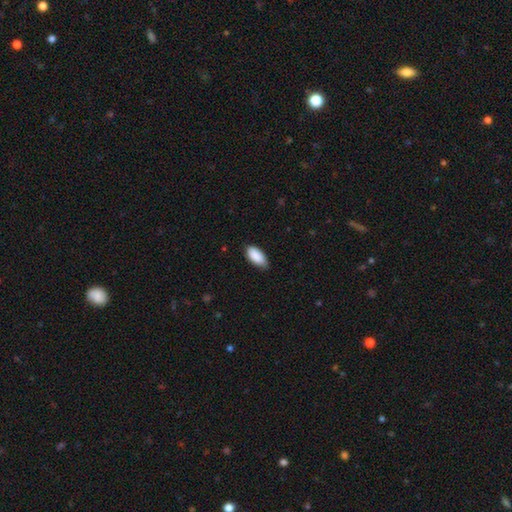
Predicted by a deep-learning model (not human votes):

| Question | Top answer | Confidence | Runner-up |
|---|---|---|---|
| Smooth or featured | smooth | 90% | star or artifact (6%) |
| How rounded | in between | 93% | cigar-shaped (5%) |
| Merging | none | 78% | minor disturbance (18%) |